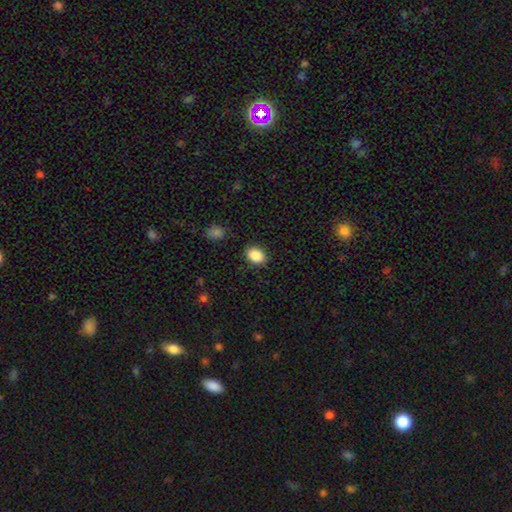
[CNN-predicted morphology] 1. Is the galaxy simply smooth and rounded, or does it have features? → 87% smooth, 8% star or artifact, 4% featured or disk.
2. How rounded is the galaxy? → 71% in between, 28% round, 1% cigar-shaped.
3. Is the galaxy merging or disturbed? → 86% none, 10% minor disturbance, 3% major disturbance, 2% merger.